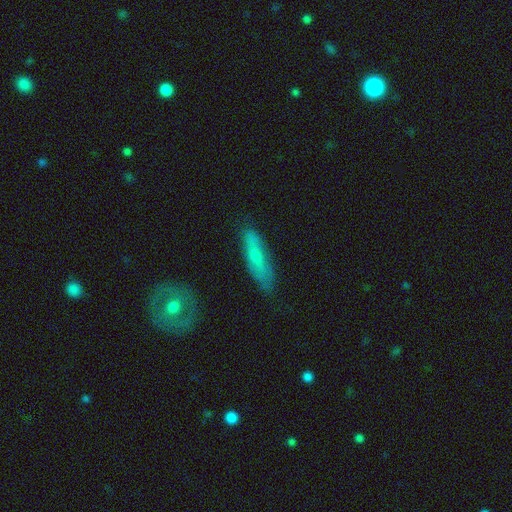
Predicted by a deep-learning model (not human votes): Smooth or featured? smooth (59%)
How rounded? cigar-shaped (68%)
Merging? none (76%)